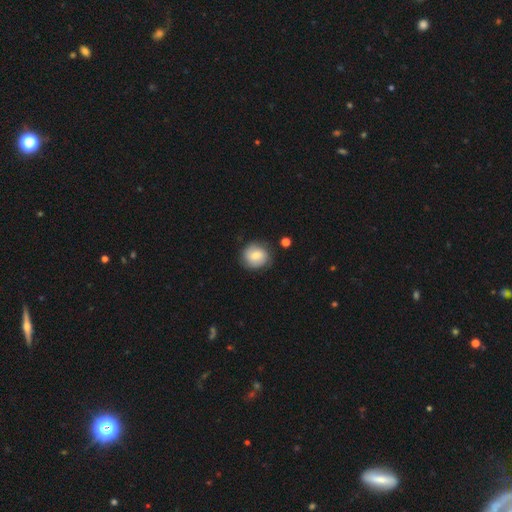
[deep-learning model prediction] Morphology: type=smooth (69%); roundness=round (85%); merging=none (82%).